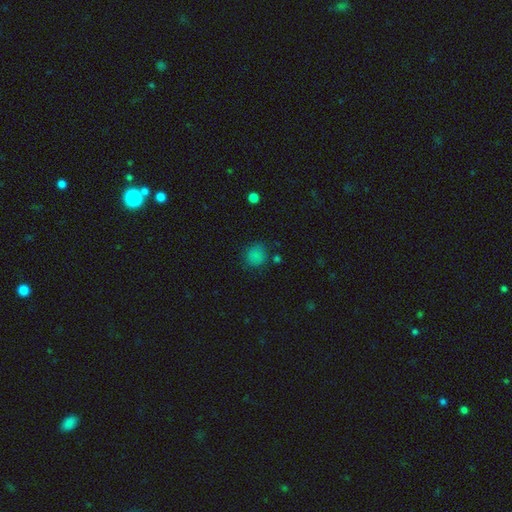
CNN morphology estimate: Q: Smooth or featured?
A: smooth (80%); runner-up: star or artifact (16%)
Q: How rounded?
A: round (81%); runner-up: in between (18%)
Q: Merging?
A: none (75%); runner-up: minor disturbance (17%)